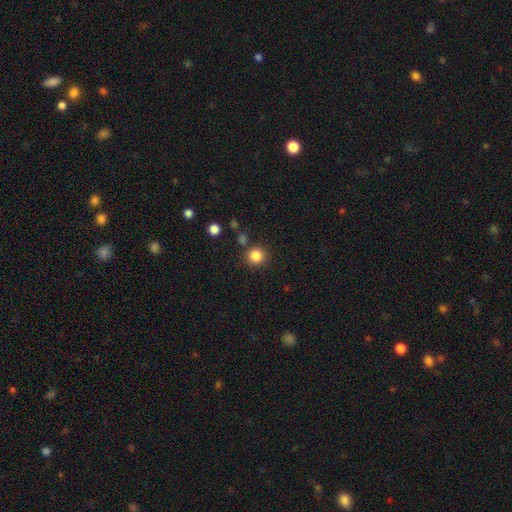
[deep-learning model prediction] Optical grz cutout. It shows a smooth galaxy with no disk features (85%) that is round (92%). Merging: none (84%).